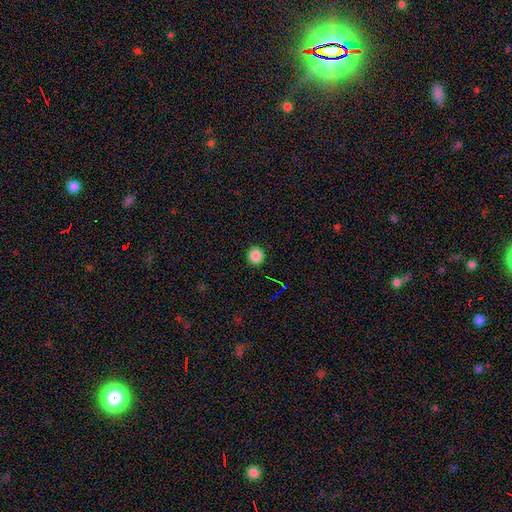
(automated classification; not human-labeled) Smooth or featured? Predicted: smooth (p=0.84). How rounded? Predicted: round (p=0.86). Merging? Predicted: none (p=0.92).